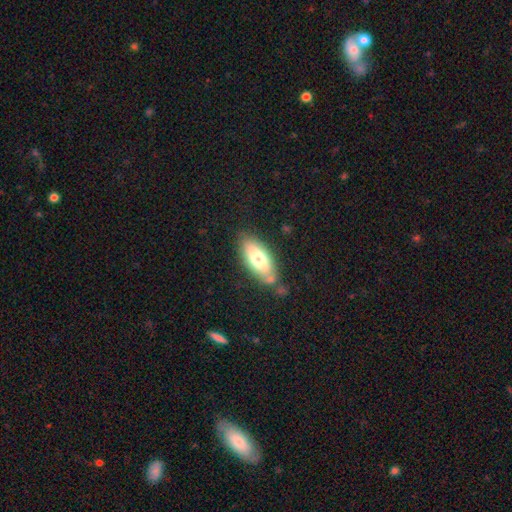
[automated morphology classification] Overall: smooth (72%). How rounded: in between (83%). Merging: none (73%).